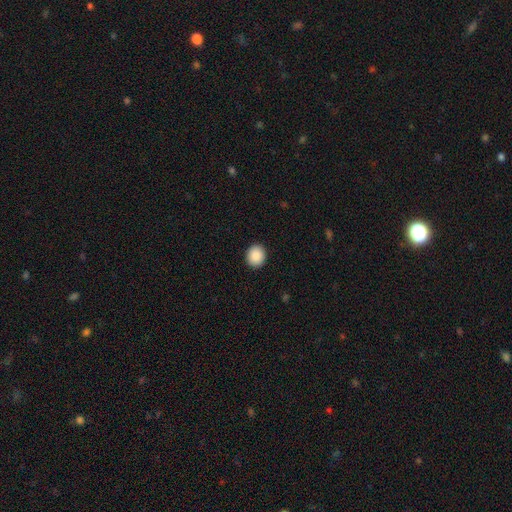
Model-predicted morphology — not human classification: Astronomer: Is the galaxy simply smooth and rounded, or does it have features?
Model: smooth — 89%.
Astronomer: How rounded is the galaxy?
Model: round — 77%.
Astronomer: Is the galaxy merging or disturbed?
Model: none — 92%.